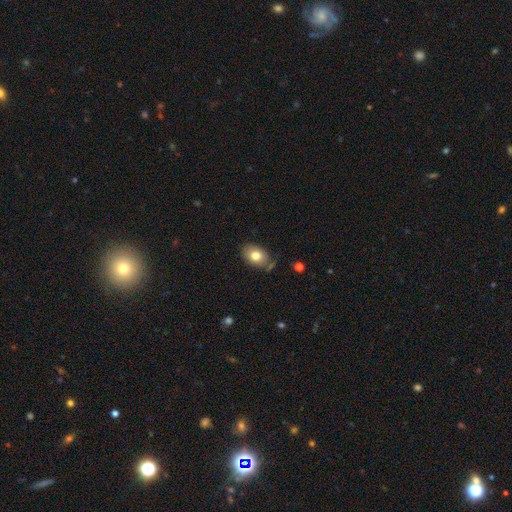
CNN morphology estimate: Smooth or featured? smooth (78%)
How rounded? in between (79%)
Merging? none (71%)